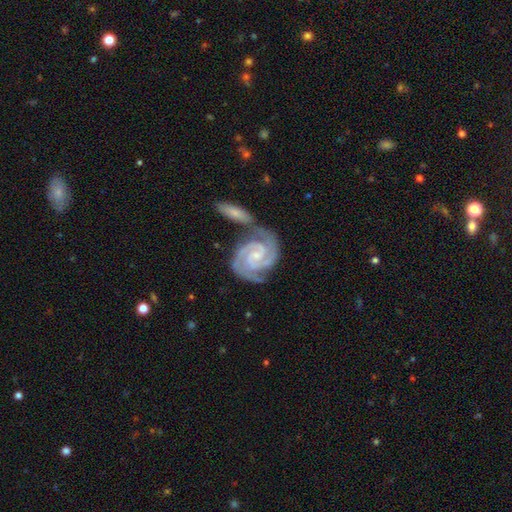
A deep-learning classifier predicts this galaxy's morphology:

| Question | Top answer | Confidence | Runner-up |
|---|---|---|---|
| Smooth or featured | featured or disk | 93% | star or artifact (4%) |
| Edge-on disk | no | 98% | yes (2%) |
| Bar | no | 51% | weak (36%) |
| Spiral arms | yes | 99% | no (1%) |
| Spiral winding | tight | 71% | medium (27%) |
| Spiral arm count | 2 | 72% | 3 (18%) |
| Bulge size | small | 73% | moderate (17%) |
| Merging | none | 52% | merger (29%) |